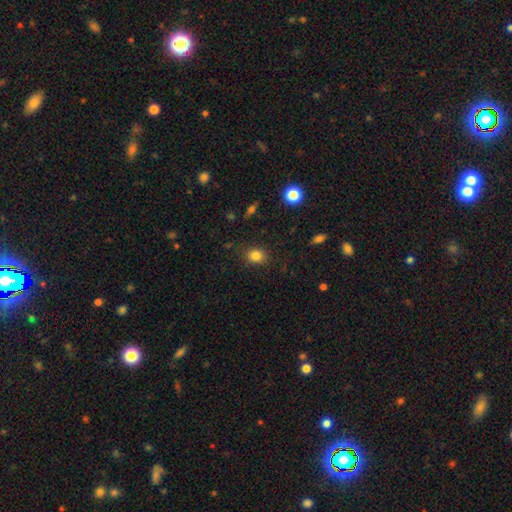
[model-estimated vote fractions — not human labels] A smooth galaxy with no disk features (83%) that is round (59%).

Vote fractions:
- Smooth or featured? smooth: 83% / star or artifact: 11% / featured or disk: 6%
- How rounded? round: 59% / in between: 40% / cigar-shaped: 1%
- Merging? none: 86% / minor disturbance: 10% / major disturbance: 3% / merger: 1%